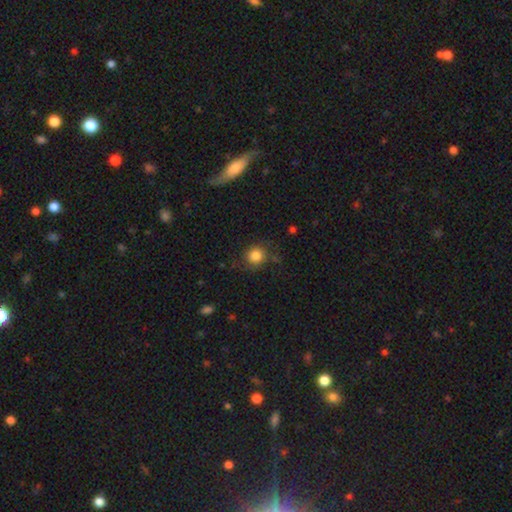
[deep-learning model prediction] Smooth or featured? smooth (84%)
How rounded? round (88%)
Merging? none (78%)